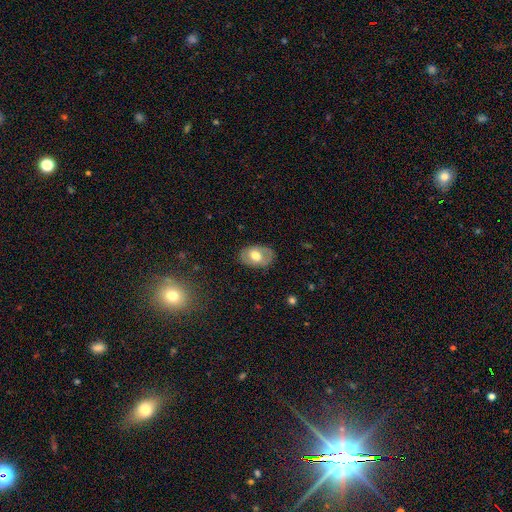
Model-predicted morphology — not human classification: A smooth galaxy with no disk features (56%) that is in between round and cigar-shaped (82%). Merging: none (82%).